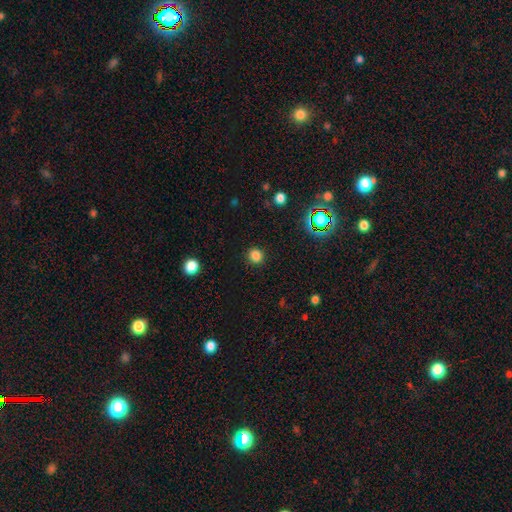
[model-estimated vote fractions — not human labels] This appears to be a smooth galaxy with no disk features (82%) that is round (93%). Merging: none (91%).